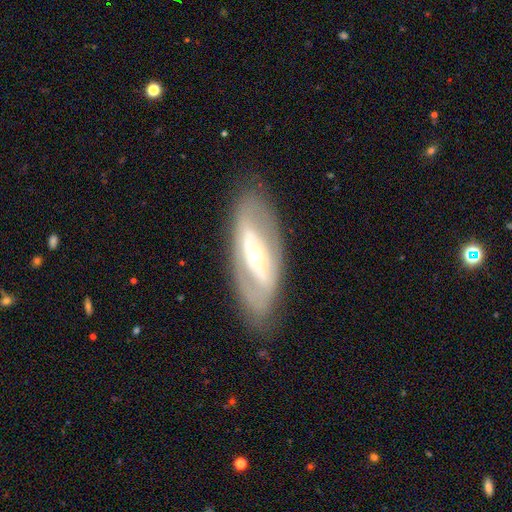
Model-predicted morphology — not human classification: Overall: featured or disk (74%). Edge-on disk: no (83%). Bar: no (38%; strong 35%). Spiral arms: no (55%; yes 45%). Bulge size: moderate (52%; small 40%). Merging: none (80%).